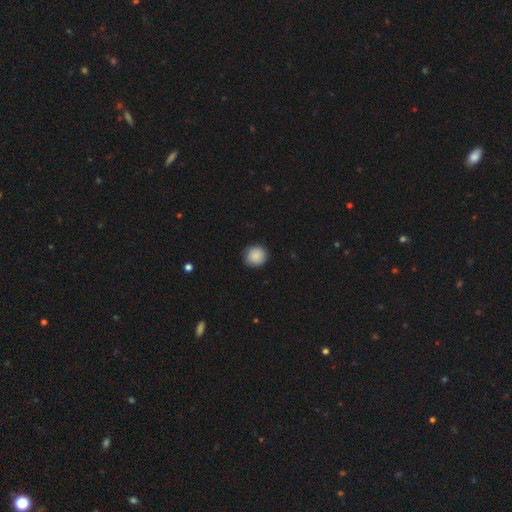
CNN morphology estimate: type=smooth (89%); roundness=round (89%); merging=none (88%).